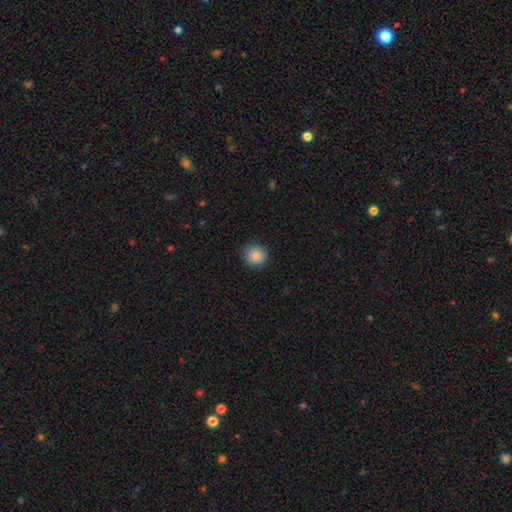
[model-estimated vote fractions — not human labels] Overall: smooth (87%). How rounded: round (86%). Merging: none (87%).